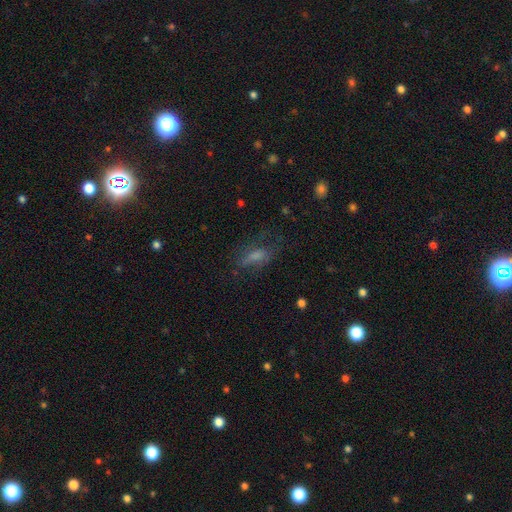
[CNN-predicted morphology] smooth 46%, featured or disk 32%, star or artifact 22%. Down the decision tree: merging — none (56%).